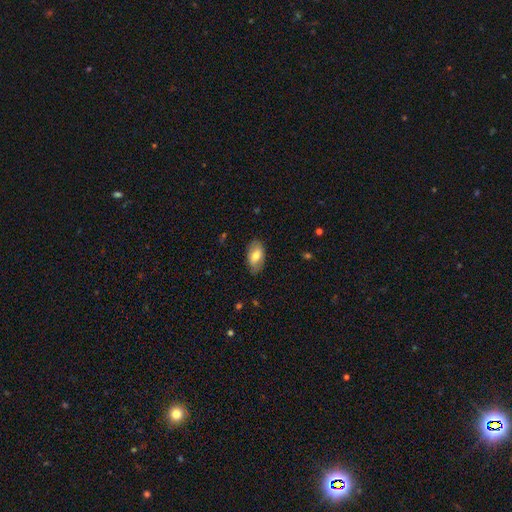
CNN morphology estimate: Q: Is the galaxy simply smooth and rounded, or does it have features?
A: smooth — 68%.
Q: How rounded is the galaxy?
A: in between — 93%.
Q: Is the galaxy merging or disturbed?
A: none — 81%.